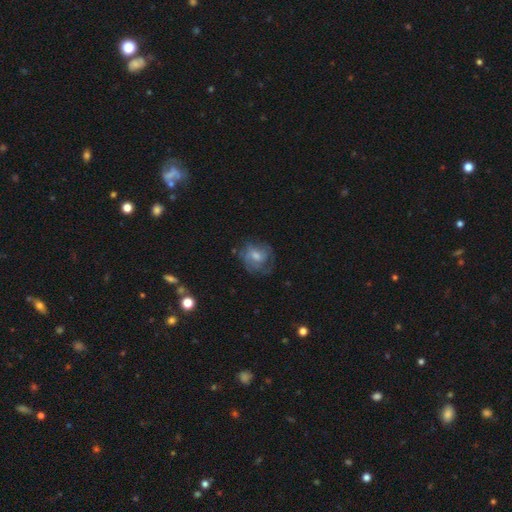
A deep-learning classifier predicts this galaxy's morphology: Smooth or featured? featured or disk (56%)
Edge-on disk? no (96%)
Bar? no (59%)
Spiral arms? yes (77%)
Bulge size? moderate (53%)
Merging? none (65%)